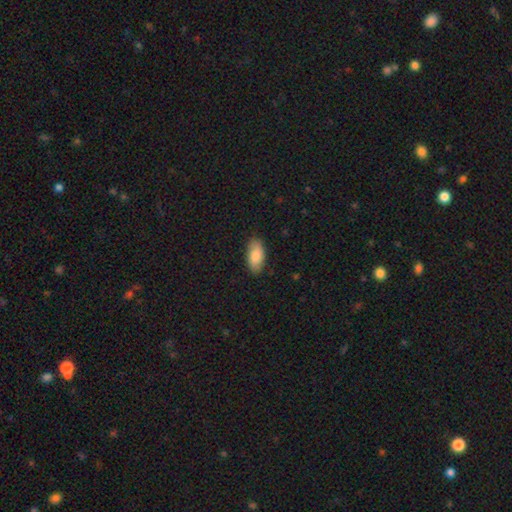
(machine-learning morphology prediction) type=smooth (82%); roundness=in between (91%); merging=none (85%).